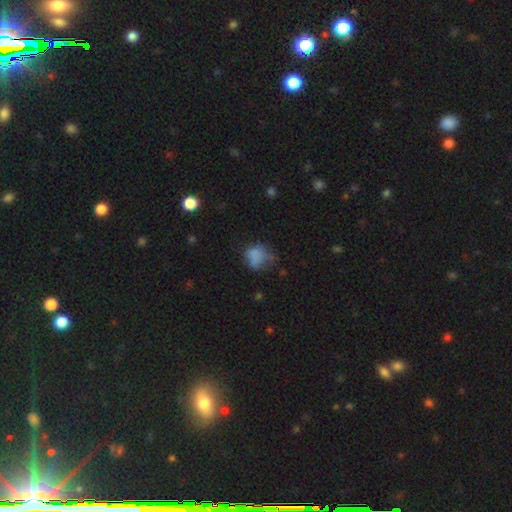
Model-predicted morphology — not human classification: Q: Smooth or featured?
A: smooth (67%); runner-up: featured or disk (20%)
Q: How rounded?
A: round (56%); runner-up: in between (43%)
Q: Merging?
A: none (36%); runner-up: minor disturbance (31%)